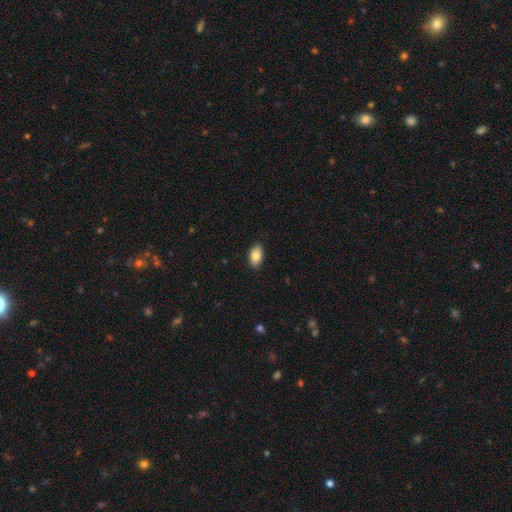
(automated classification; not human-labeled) Smooth or featured: smooth — 85% (featured or disk — 8%)
How rounded: in between — 93% (round — 5%)
Merging: none — 88% (minor disturbance — 9%)